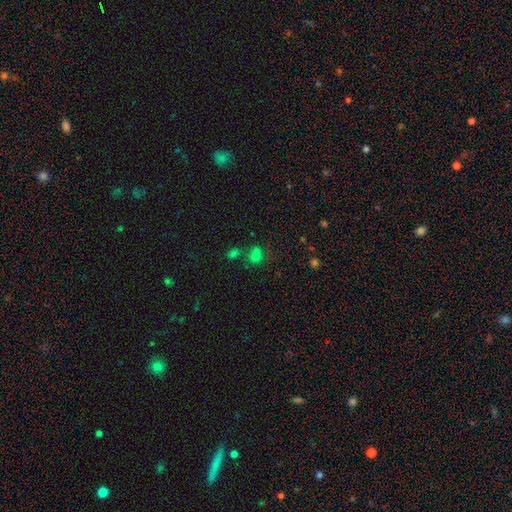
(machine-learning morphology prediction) A smooth galaxy with no disk features (64%) that is round (59%). Merging: none (42%).